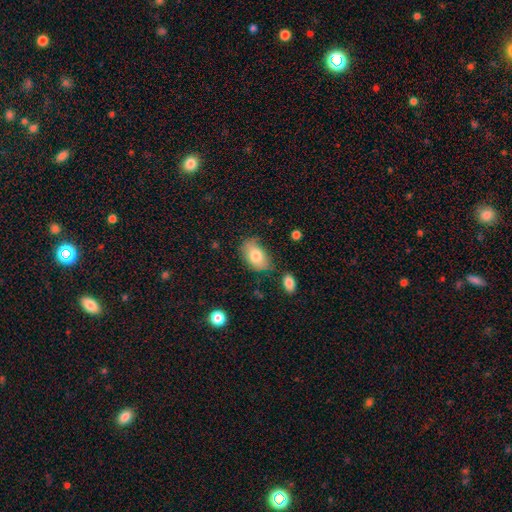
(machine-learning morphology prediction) Smooth or featured? Predicted: smooth (p=0.79). How rounded? Predicted: in between (p=0.90). Merging? Predicted: none (p=0.65).